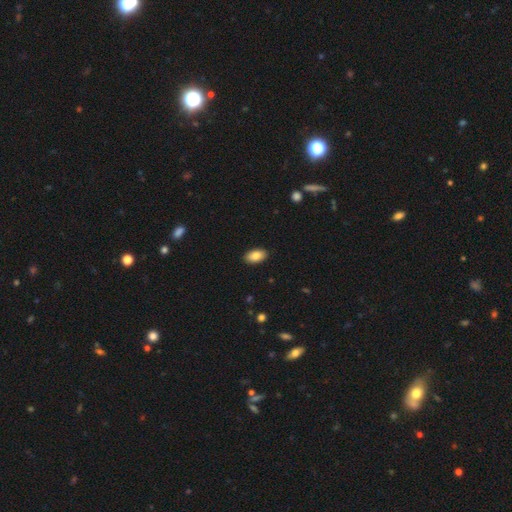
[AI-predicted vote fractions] smooth 85%, featured or disk 8%, star or artifact 7%. Down the decision tree: how rounded — in between (94%); merging — none (90%).